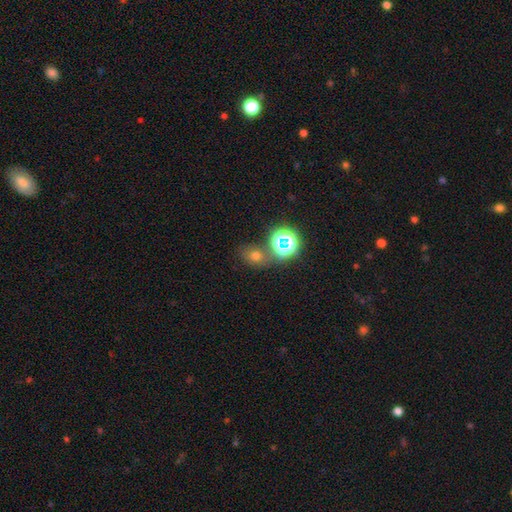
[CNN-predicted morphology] Smooth or featured: smooth — 57% (star or artifact — 32%)
How rounded: round — 52% (in between — 47%)
Merging: none — 64% (merger — 17%)